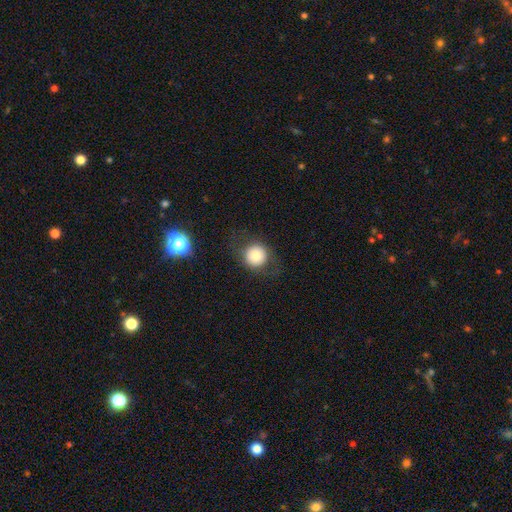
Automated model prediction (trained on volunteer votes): A smooth galaxy with no disk features (77%) that is round (91%).

Vote fractions:
- Smooth or featured? smooth: 77% / featured or disk: 13% / star or artifact: 10%
- How rounded? round: 91% / in between: 8% / cigar-shaped: 1%
- Merging? none: 78% / minor disturbance: 13% / major disturbance: 8% / merger: 1%